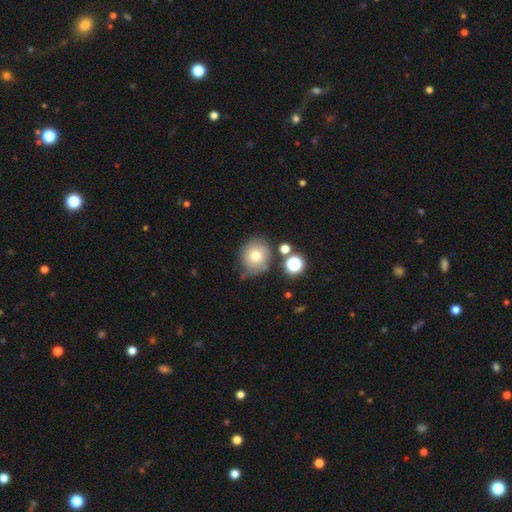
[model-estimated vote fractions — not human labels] Morphology: type=smooth (74%); roundness=round (83%); merging=none (70%).